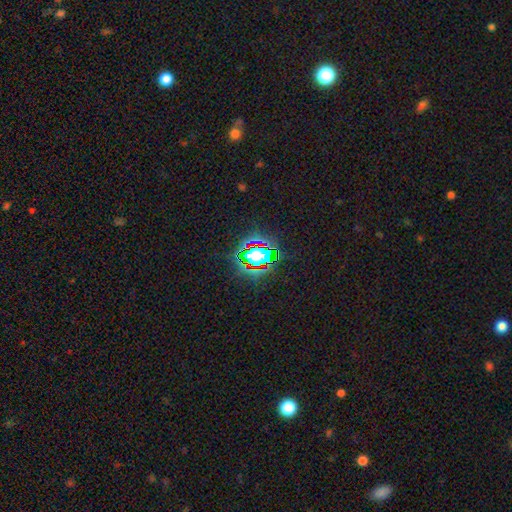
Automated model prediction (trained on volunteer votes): Smooth or featured: star or artifact — 65% (smooth — 22%)